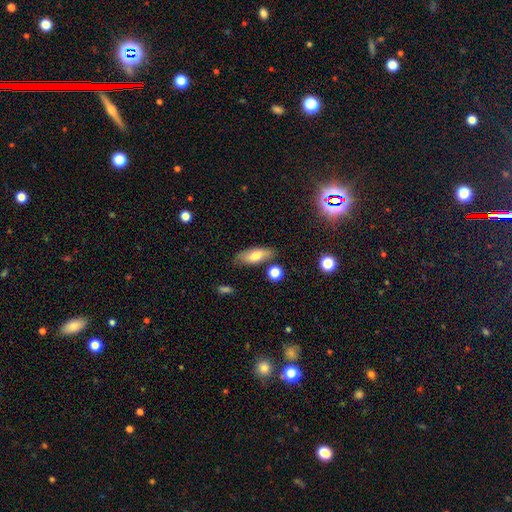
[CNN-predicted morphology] A smooth galaxy with no disk features (70%) that is in between round and cigar-shaped (74%). Merging: none (77%).